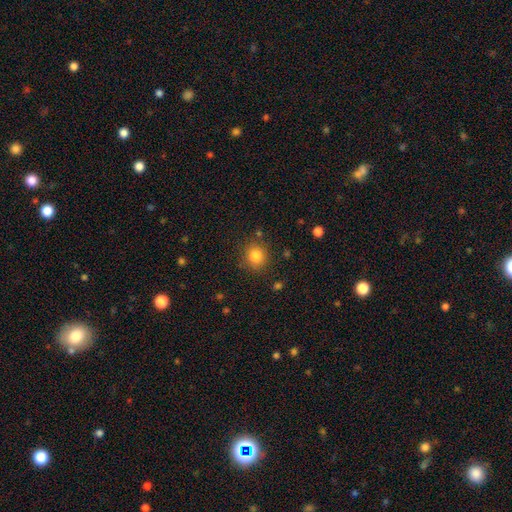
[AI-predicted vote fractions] Smooth or featured? smooth (83%)
How rounded? round (86%)
Merging? none (86%)